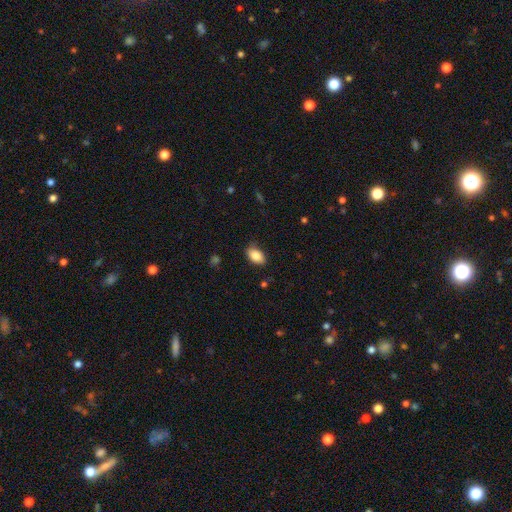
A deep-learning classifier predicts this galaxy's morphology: Smooth or featured? smooth (86%)
How rounded? in between (92%)
Merging? none (79%)